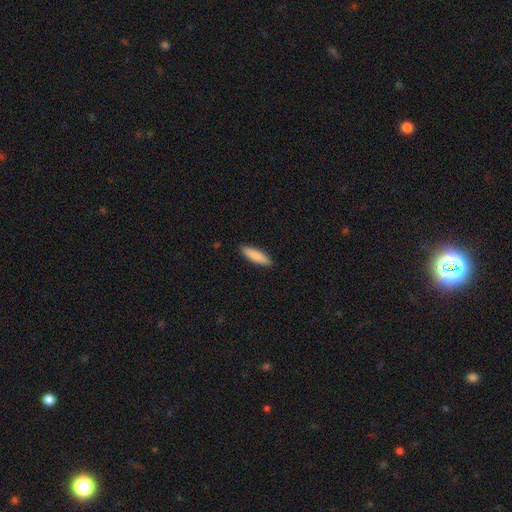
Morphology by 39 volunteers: This appears to be a smooth galaxy with no disk features (90%) that is cigar-shaped (80%). Merging: none (92%).